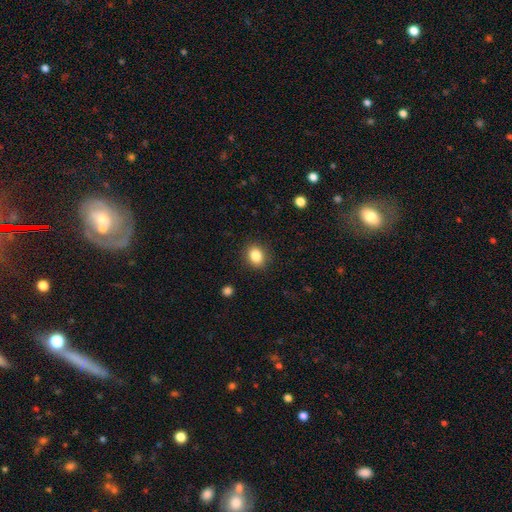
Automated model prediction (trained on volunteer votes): Smooth or featured? Predicted: smooth (p=0.85). How rounded? Predicted: round (p=0.55). Merging? Predicted: none (p=0.89).